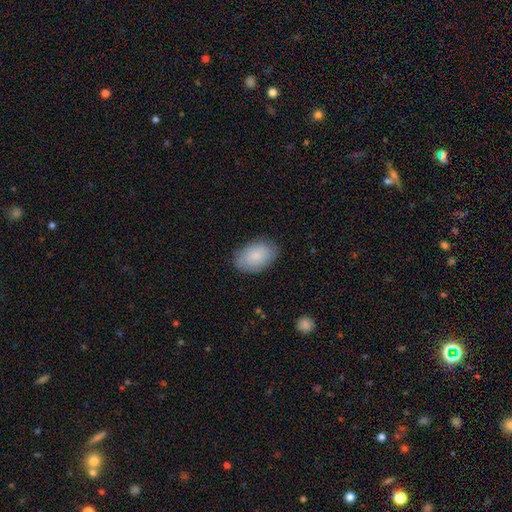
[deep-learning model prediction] smooth_or_featured: smooth (p=0.80) [alt: featured or disk p=0.14]
how_rounded: in between (p=0.91) [alt: round p=0.08]
merging: none (p=0.82) [alt: minor disturbance p=0.14]